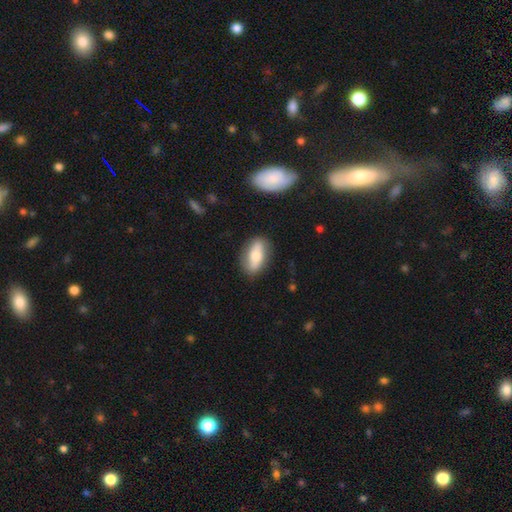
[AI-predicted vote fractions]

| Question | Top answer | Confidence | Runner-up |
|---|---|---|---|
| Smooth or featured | smooth | 54% | featured or disk (40%) |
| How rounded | in between | 82% | cigar-shaped (12%) |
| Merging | none | 81% | minor disturbance (13%) |